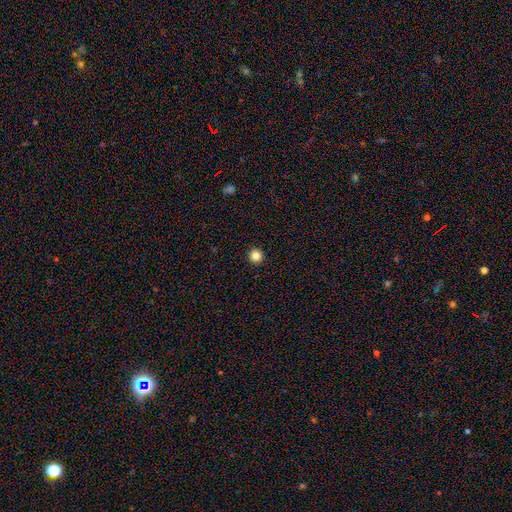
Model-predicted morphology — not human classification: This is clearly a smooth galaxy (84%). How rounded: clearly round (96%). Merging: clearly none (94%).